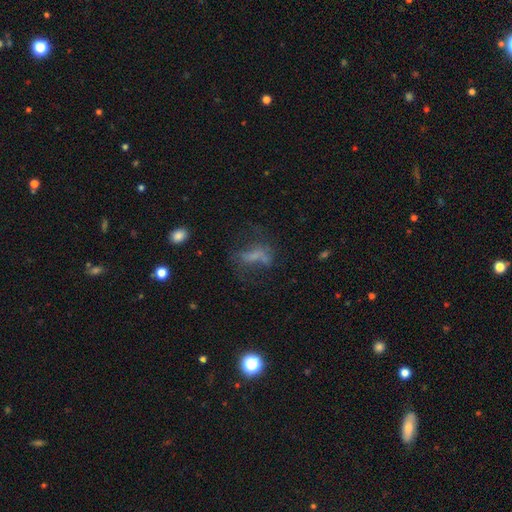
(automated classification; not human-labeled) Overall: smooth (41%; featured or disk 37%). Merging: none (40%; major disturbance 35%).